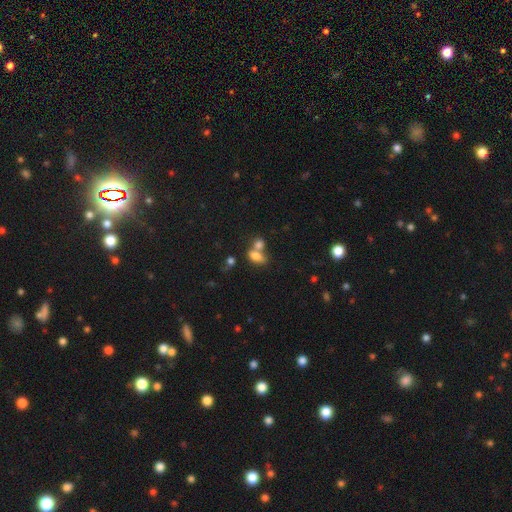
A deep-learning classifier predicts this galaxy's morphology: smooth 76%, featured or disk 13%, star or artifact 11%. Down the decision tree: how rounded — in between (83%); merging — merger (54%).